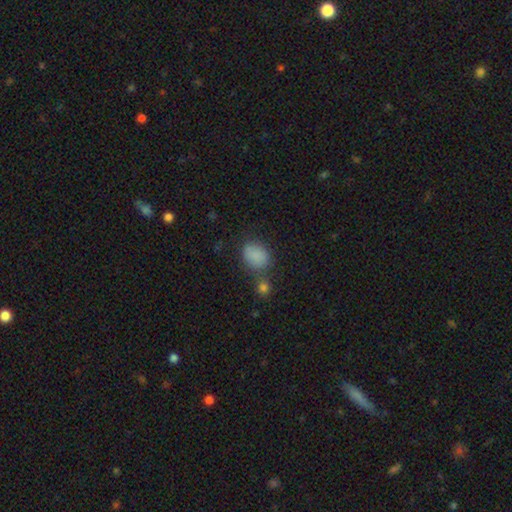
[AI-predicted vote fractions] Morphology: type=smooth (83%); roundness=in between (59%); merging=none (57%).